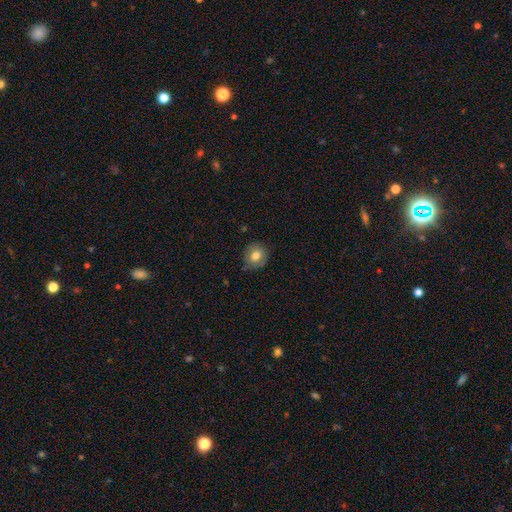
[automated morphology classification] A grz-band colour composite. It shows a smooth galaxy with no disk features (77%) that is round (82%). Merging: none (83%).